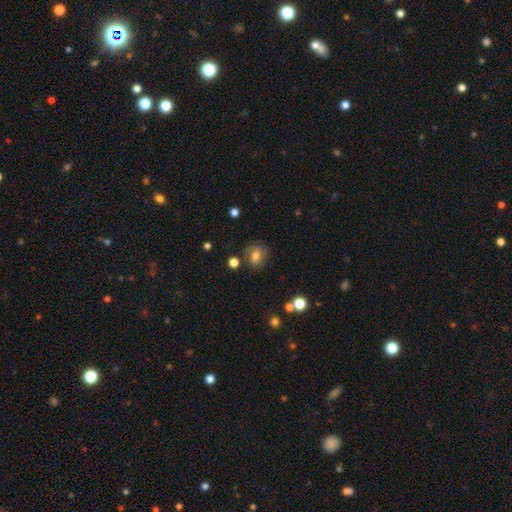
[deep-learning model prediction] Overall: smooth (56%; featured or disk 31%). How rounded: round (61%; in between 37%). Merging: none (72%).